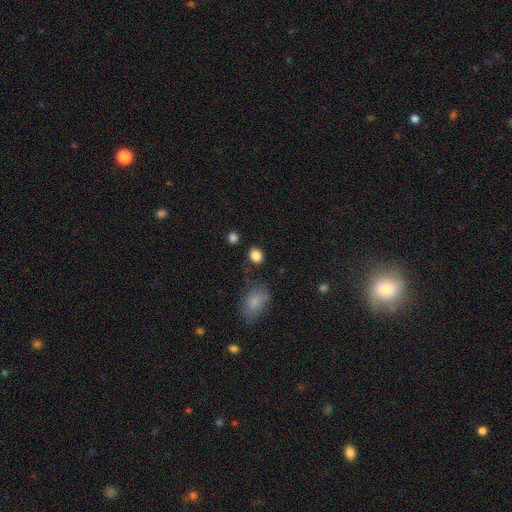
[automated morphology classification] smooth 86%, star or artifact 10%, featured or disk 4%. Down the decision tree: how rounded — round (64%); merging — none (83%).